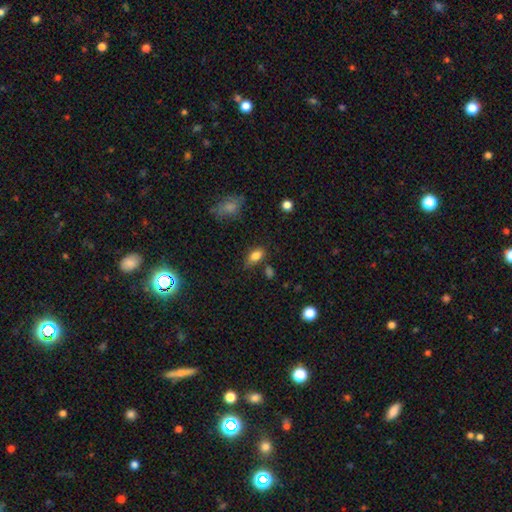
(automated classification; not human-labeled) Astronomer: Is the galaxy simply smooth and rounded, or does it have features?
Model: smooth — 84%.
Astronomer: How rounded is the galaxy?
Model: in between — 89%.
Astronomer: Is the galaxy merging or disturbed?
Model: none — 72%.